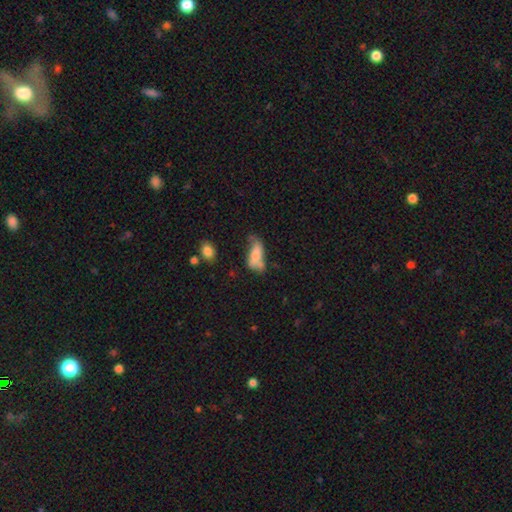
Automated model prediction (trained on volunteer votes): smooth 69%, featured or disk 23%, star or artifact 8%. Down the decision tree: how rounded — in between (76%); merging — none (32%).